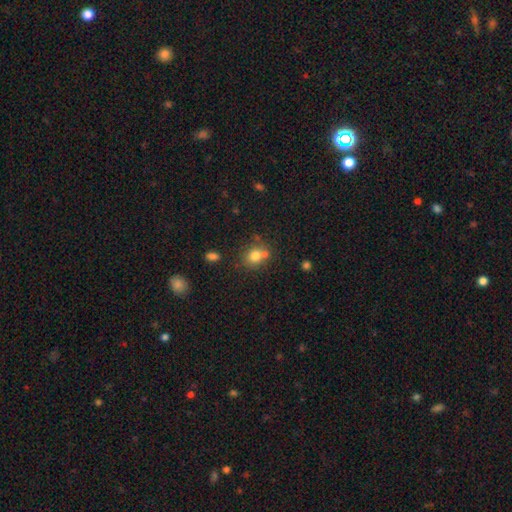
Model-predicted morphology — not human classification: This is likely a smooth galaxy (77%). How rounded: likely round (74%). Merging: possibly none (53%).